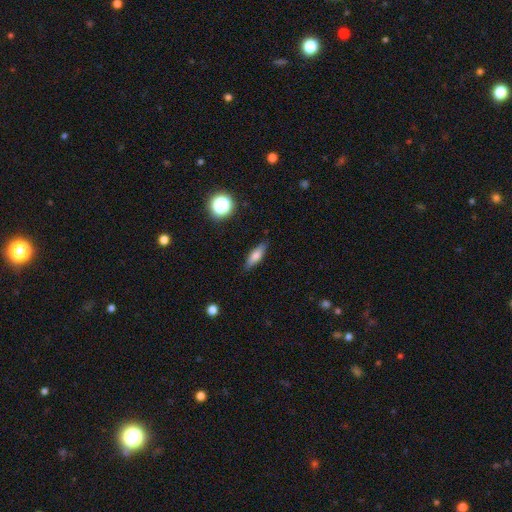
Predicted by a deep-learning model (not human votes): A smooth galaxy with no disk features (69%) that is cigar-shaped (50%).

Vote fractions:
- Smooth or featured? smooth: 69% / featured or disk: 22% / star or artifact: 9%
- How rounded? cigar-shaped: 50% / in between: 46% / round: 4%
- Merging? none: 85% / minor disturbance: 11% / major disturbance: 2% / merger: 1%